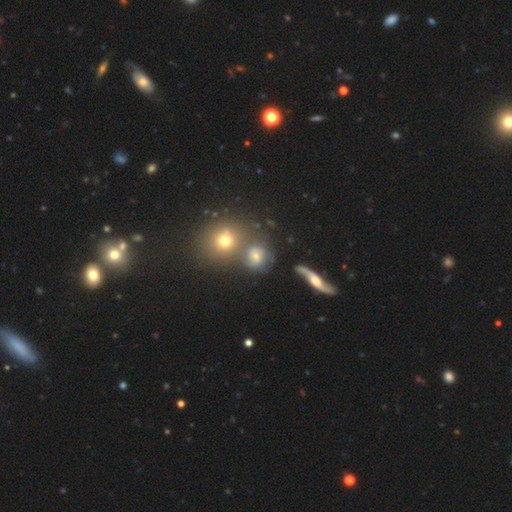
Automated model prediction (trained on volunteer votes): This is possibly a smooth galaxy (46%). Merging: possibly none (50%).